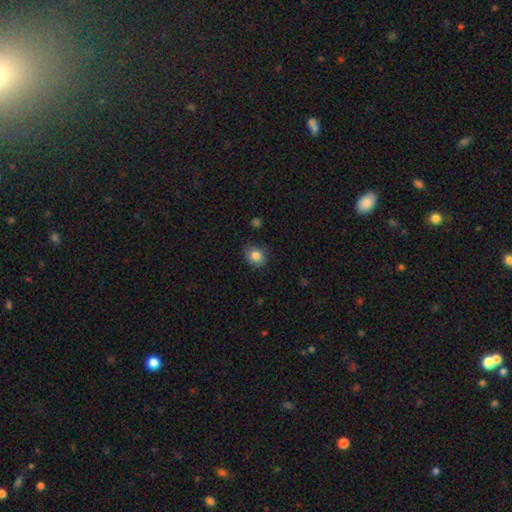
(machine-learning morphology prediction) This is clearly a smooth galaxy (84%). How rounded: likely round (73%). Merging: clearly none (81%).